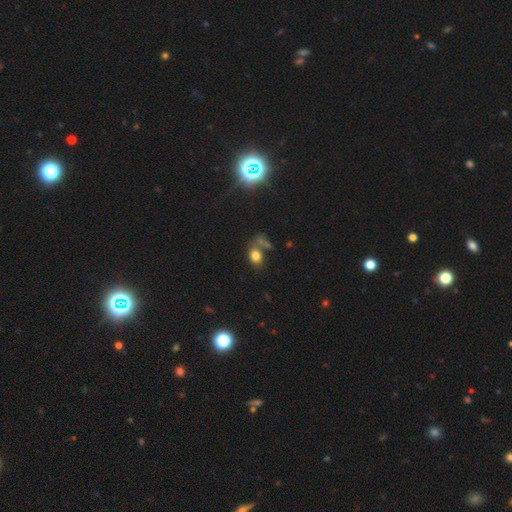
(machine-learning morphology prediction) Q: Smooth or featured?
A: smooth (76%); runner-up: star or artifact (14%)
Q: How rounded?
A: in between (63%); runner-up: round (35%)
Q: Merging?
A: none (45%); runner-up: merger (30%)